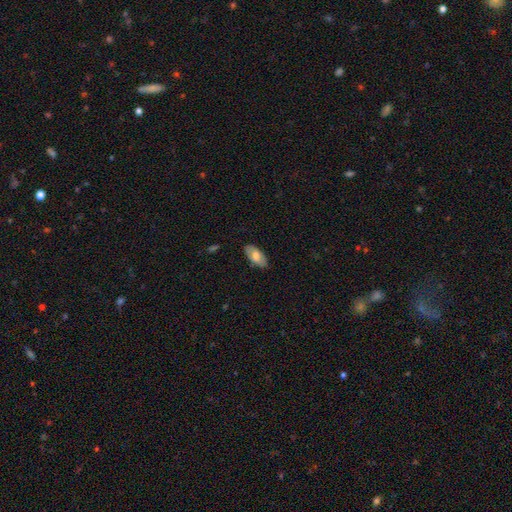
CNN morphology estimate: Smooth or featured? smooth (65%)
How rounded? in between (92%)
Merging? none (84%)